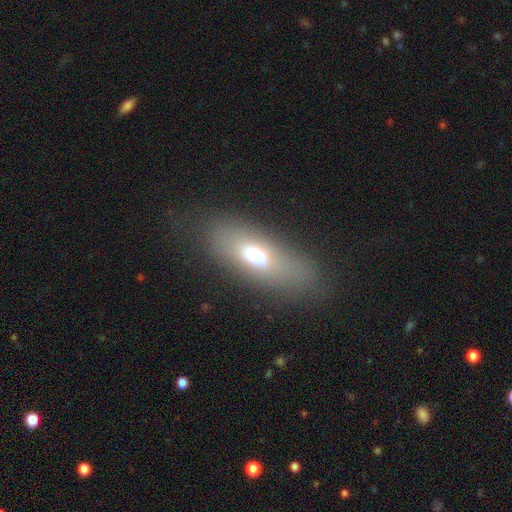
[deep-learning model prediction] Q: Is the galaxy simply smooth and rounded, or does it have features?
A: smooth — 65%.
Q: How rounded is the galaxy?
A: in between — 75%.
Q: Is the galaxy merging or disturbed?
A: none — 77%.